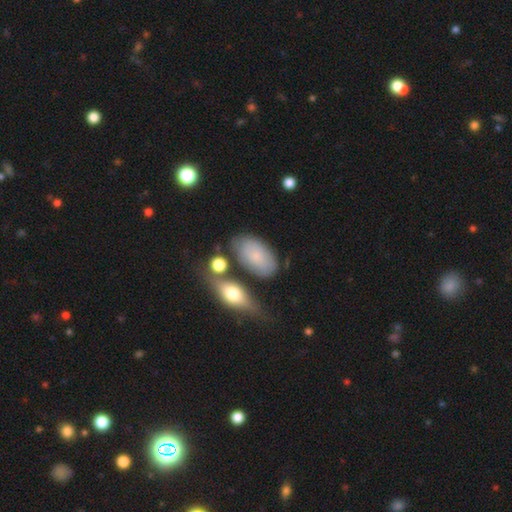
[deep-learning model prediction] A smooth galaxy with no disk features (73%) that is in between round and cigar-shaped (92%). Merging: none (63%).